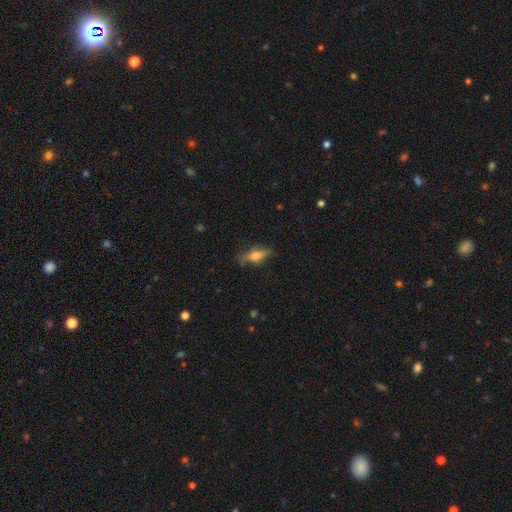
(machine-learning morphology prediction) A smooth galaxy with no disk features (50%) that is in between round and cigar-shaped (51%).

Vote fractions:
- Smooth or featured? smooth: 50% / featured or disk: 40% / star or artifact: 9%
- How rounded? in between: 51% / cigar-shaped: 45% / round: 4%
- Merging? none: 70% / minor disturbance: 21% / major disturbance: 8% / merger: 2%